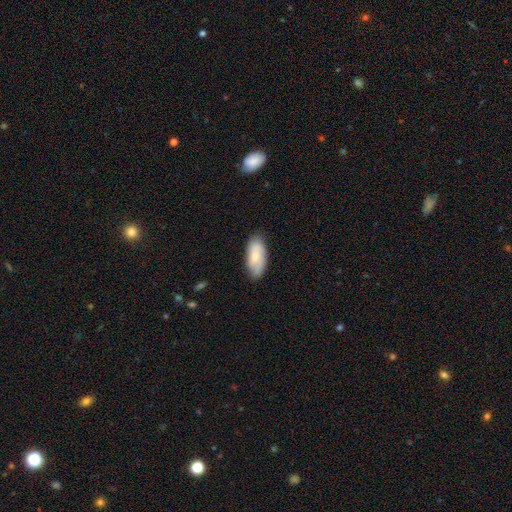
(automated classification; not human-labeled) This is likely a smooth galaxy (70%). How rounded: clearly in between (88%). Merging: likely none (75%).